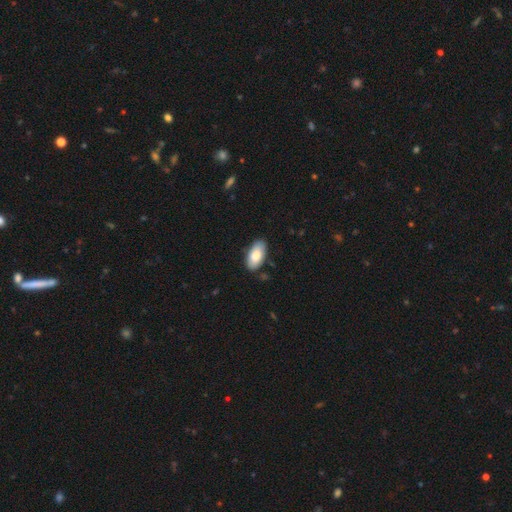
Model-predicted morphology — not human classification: Smooth or featured? Predicted: smooth (p=0.82). How rounded? Predicted: in between (p=0.95). Merging? Predicted: none (p=0.82).